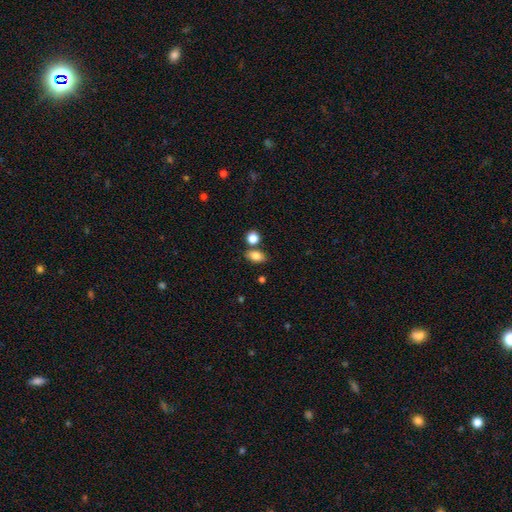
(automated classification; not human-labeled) Q: Smooth or featured?
A: smooth (82%); runner-up: star or artifact (9%)
Q: How rounded?
A: in between (81%); runner-up: round (15%)
Q: Merging?
A: none (71%); runner-up: merger (15%)